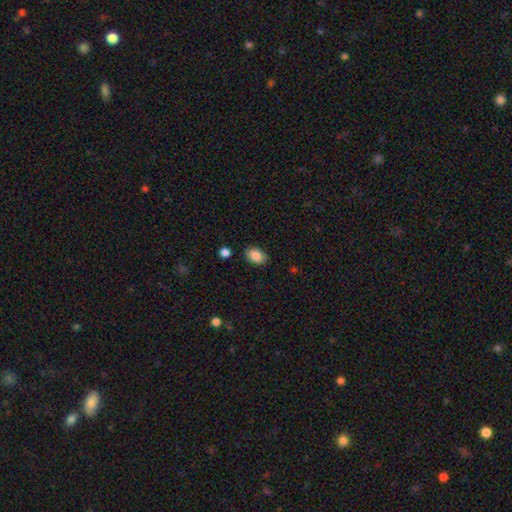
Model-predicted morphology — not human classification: Q: Smooth or featured?
A: smooth (87%); runner-up: star or artifact (8%)
Q: How rounded?
A: in between (86%); runner-up: round (12%)
Q: Merging?
A: none (85%); runner-up: minor disturbance (11%)